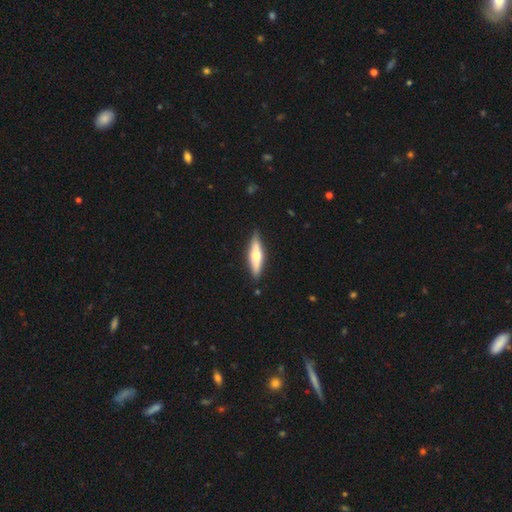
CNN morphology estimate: A featured or disk galaxy (53%) viewed edge-on (92%).

Vote fractions:
- Smooth or featured? featured or disk: 53% / smooth: 42% / star or artifact: 5%
- Edge-on disk? yes: 92% / no: 8%
- Merging? none: 87% / minor disturbance: 9% / major disturbance: 2% / merger: 1%